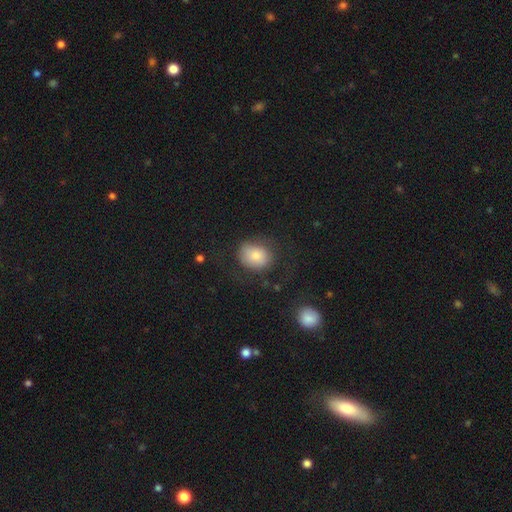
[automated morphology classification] This appears to be a smooth galaxy with no disk features (76%) that is round (53%). Merging: none (63%).